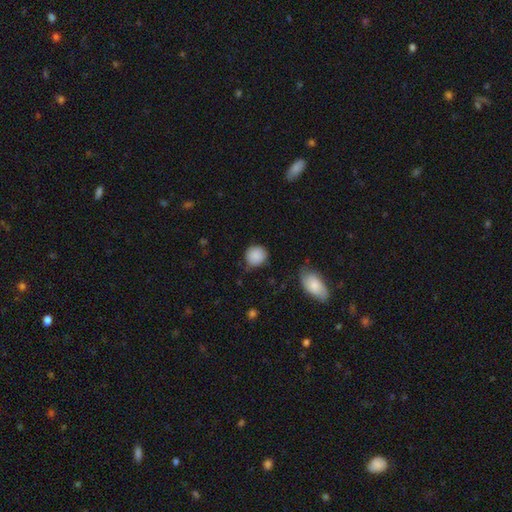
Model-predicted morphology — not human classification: Smooth or featured? smooth (87%)
How rounded? round (87%)
Merging? none (74%)